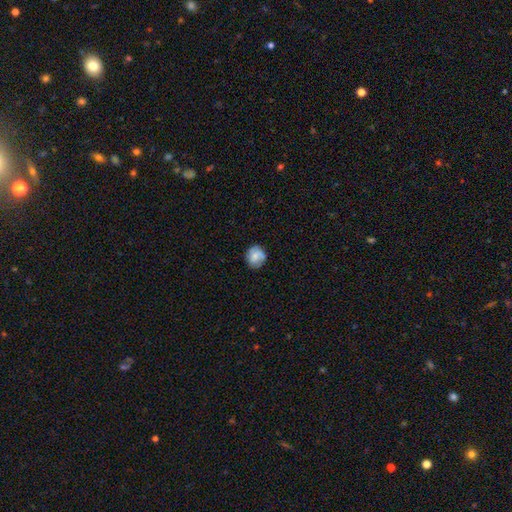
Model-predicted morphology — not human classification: Smooth or featured: smooth — 64% (featured or disk — 28%)
How rounded: round — 80% (in between — 19%)
Merging: none — 74% (minor disturbance — 19%)